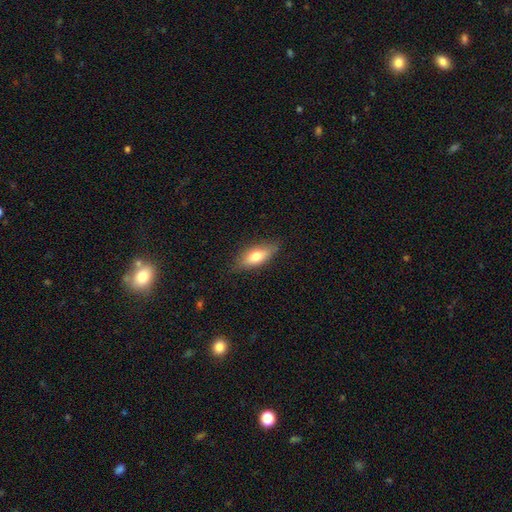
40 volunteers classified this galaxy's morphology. smooth_or_featured: smooth (p=0.50) [alt: featured or disk p=0.42]
how_rounded: in between (p=0.70) [alt: cigar-shaped p=0.25]
merging: none (p=0.70) [alt: minor disturbance p=0.24]